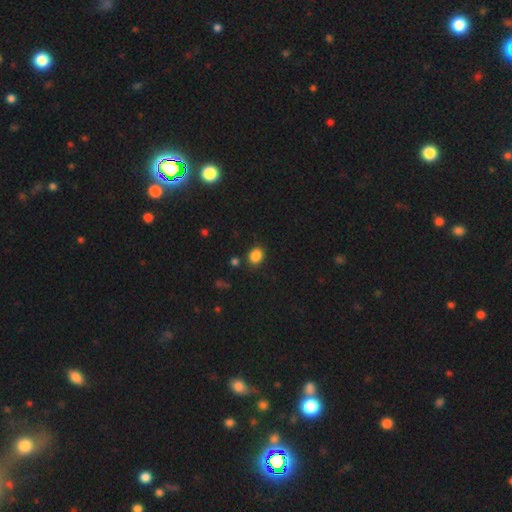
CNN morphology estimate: This appears to be a smooth galaxy with no disk features (86%) that is in between round and cigar-shaped (51%). Merging: none (83%).